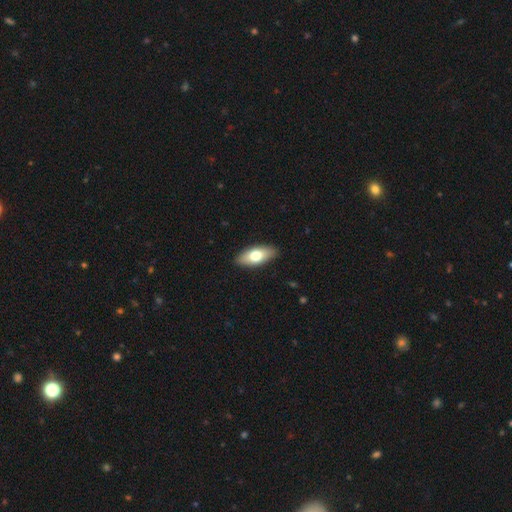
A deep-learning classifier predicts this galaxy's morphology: Overall: smooth (69%). How rounded: in between (85%). Merging: none (89%).